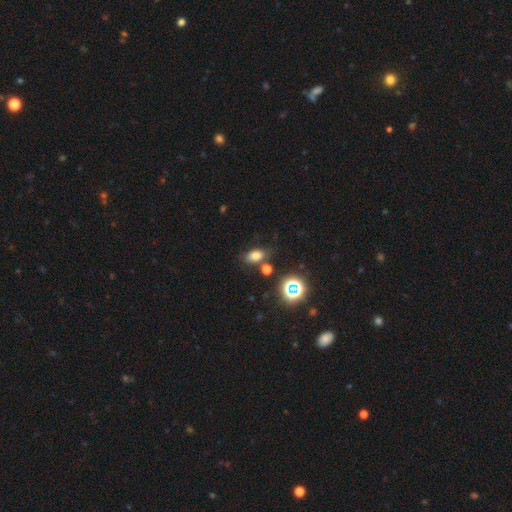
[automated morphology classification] smooth_or_featured: smooth (p=0.73) [alt: star or artifact p=0.19]
how_rounded: in between (p=0.80) [alt: round p=0.17]
merging: none (p=0.71) [alt: minor disturbance p=0.15]